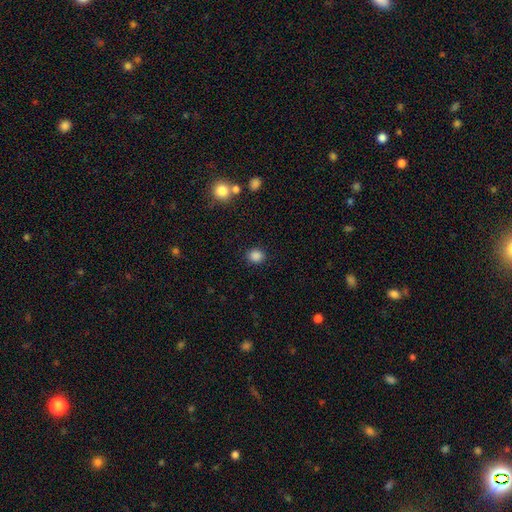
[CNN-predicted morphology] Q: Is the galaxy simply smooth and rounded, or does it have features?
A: smooth — 86%.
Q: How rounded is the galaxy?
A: round — 78%.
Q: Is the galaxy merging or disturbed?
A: none — 88%.